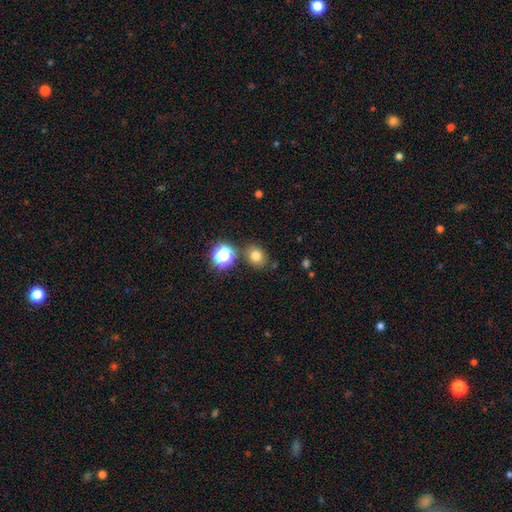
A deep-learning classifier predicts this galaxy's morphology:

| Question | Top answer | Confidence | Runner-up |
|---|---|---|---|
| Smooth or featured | smooth | 76% | star or artifact (17%) |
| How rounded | round | 63% | in between (36%) |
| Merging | none | 78% | minor disturbance (11%) |